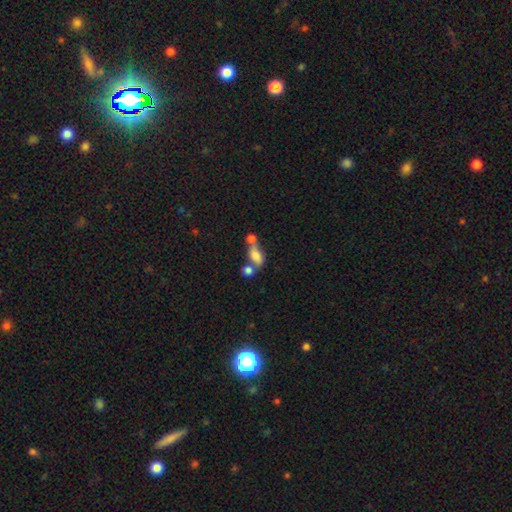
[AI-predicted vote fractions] Smooth or featured? Predicted: smooth (p=0.74). How rounded? Predicted: in between (p=0.82). Merging? Predicted: merger (p=0.48).